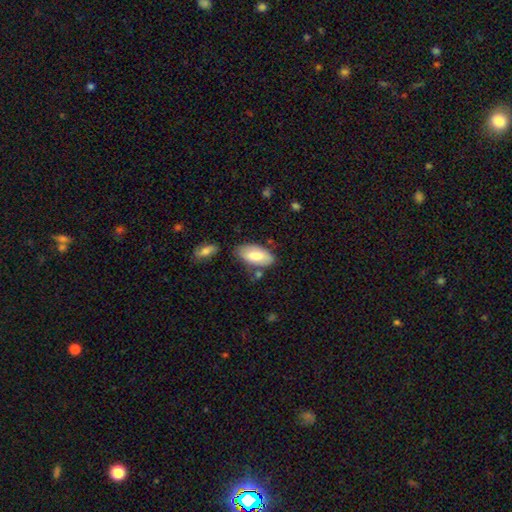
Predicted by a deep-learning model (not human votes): This appears to be a smooth galaxy with no disk features (77%) that is in between round and cigar-shaped (93%). Merging: none (69%).